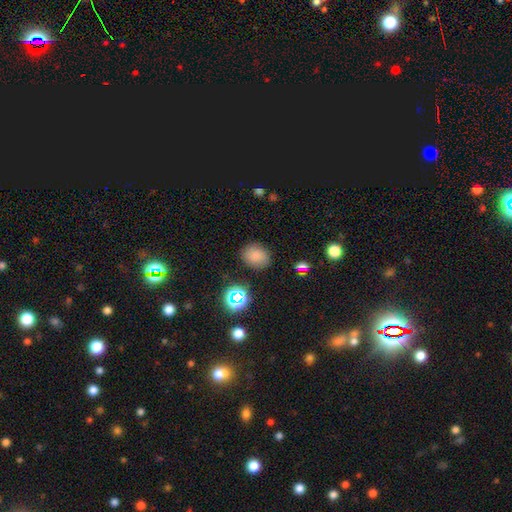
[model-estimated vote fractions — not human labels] Smooth or featured?
  - smooth: 78% *
  - star or artifact: 15%
  - featured or disk: 7%
How rounded?
  - round: 56% *
  - in between: 43%
  - cigar-shaped: 1%
Merging?
  - none: 84% *
  - minor disturbance: 11%
  - major disturbance: 3%
  - merger: 2%